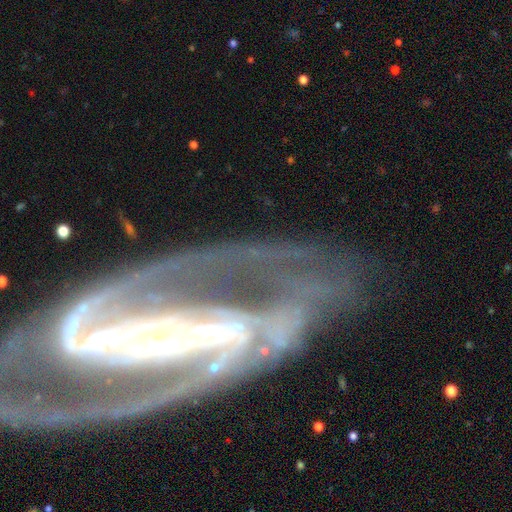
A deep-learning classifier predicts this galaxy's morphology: smooth_or_featured: featured or disk (p=0.92) [alt: star or artifact p=0.05]
disk_edge_on: no (p=0.95) [alt: yes p=0.05]
bar: strong (p=0.76) [alt: weak p=0.15]
has_spiral_arms: yes (p=0.97) [alt: no p=0.03]
spiral_winding: medium (p=0.54) [alt: tight p=0.27]
spiral_arm_count: 2 (p=0.91) [alt: can't tell p=0.02]
bulge_size: small (p=0.75) [alt: moderate p=0.14]
merging: none (p=0.64) [alt: minor disturbance p=0.16]